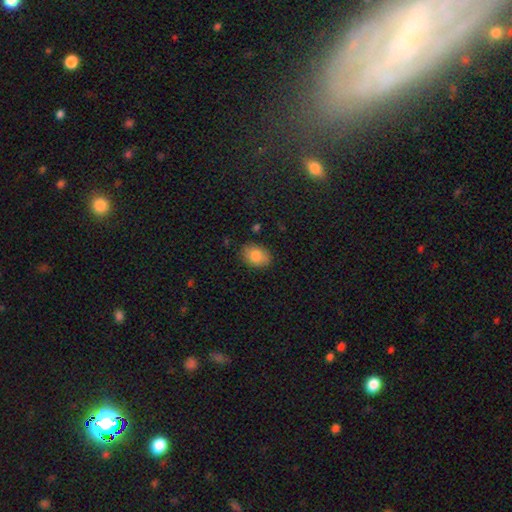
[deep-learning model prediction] Smooth or featured? Predicted: smooth (p=0.81). How rounded? Predicted: in between (p=0.72). Merging? Predicted: none (p=0.82).